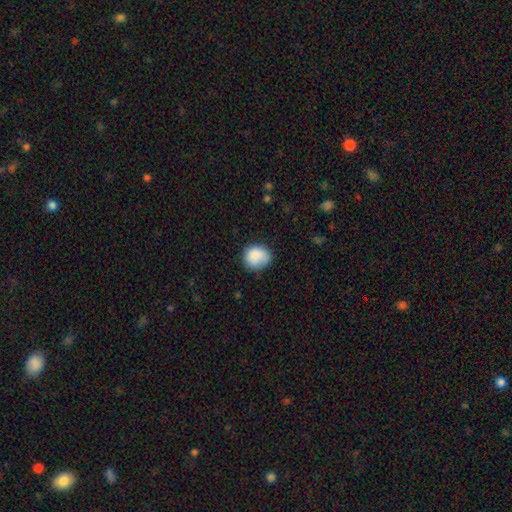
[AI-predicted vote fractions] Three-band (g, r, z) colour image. It shows a smooth galaxy with no disk features (87%) that is round (80%). Merging: none (72%).